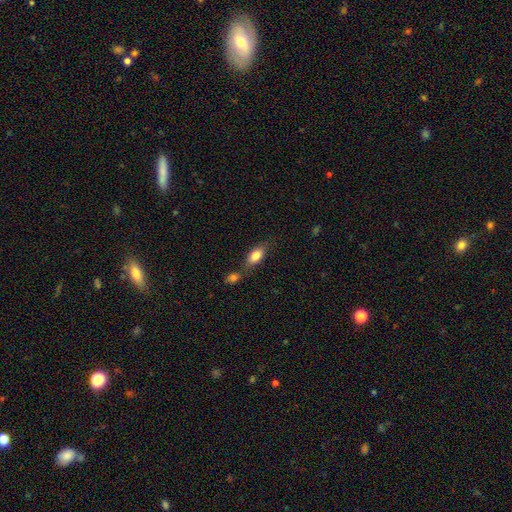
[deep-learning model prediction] smooth_or_featured: smooth (p=0.79) [alt: featured or disk p=0.14]
how_rounded: in between (p=0.84) [alt: cigar-shaped p=0.12]
merging: none (p=0.55) [alt: merger p=0.25]